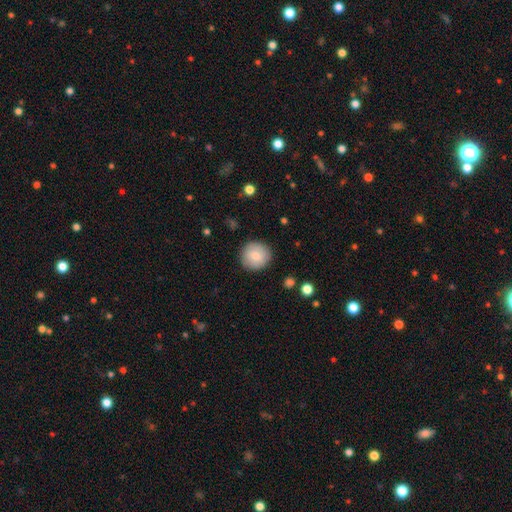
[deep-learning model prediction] Smooth or featured: smooth — 79% (featured or disk — 14%)
How rounded: round — 93% (in between — 6%)
Merging: none — 88% (minor disturbance — 9%)